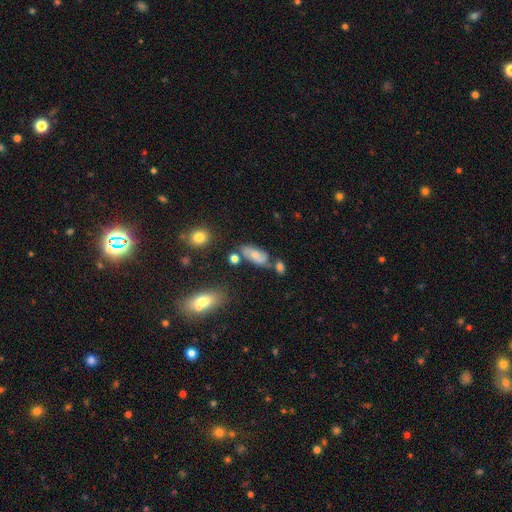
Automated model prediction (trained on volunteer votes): This appears to be a smooth galaxy with no disk features (54%) that is in between round and cigar-shaped (85%). Merging: none (58%).